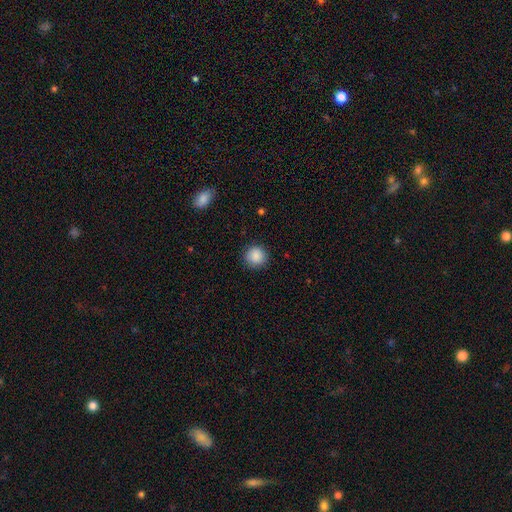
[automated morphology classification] Smooth or featured? smooth (88%)
How rounded? round (93%)
Merging? none (90%)